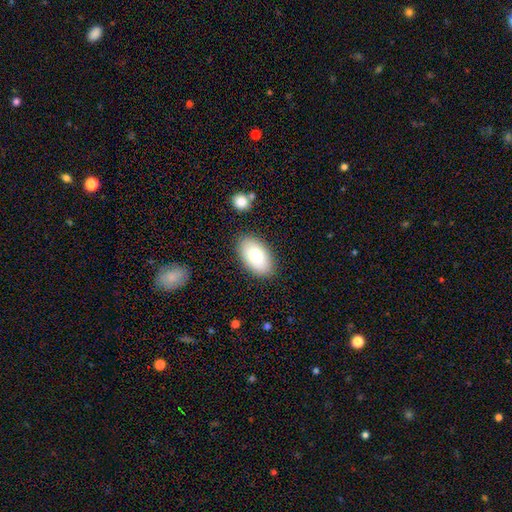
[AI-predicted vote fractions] Overall: smooth (76%). How rounded: in between (93%). Merging: none (86%).